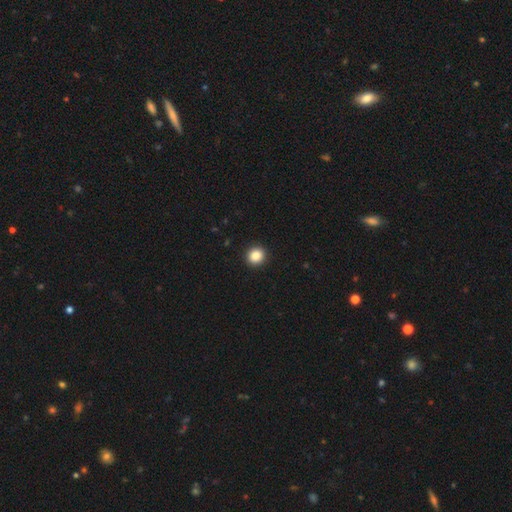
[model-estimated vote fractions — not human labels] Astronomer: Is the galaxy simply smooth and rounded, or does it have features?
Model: smooth — 87%.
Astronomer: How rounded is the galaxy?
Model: round — 88%.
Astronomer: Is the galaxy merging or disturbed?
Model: none — 93%.